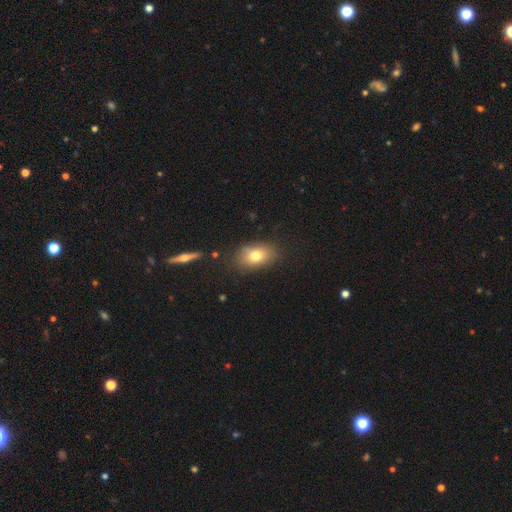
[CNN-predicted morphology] Smooth or featured: smooth — 75% (featured or disk — 15%)
How rounded: in between — 83% (round — 14%)
Merging: none — 78% (minor disturbance — 15%)